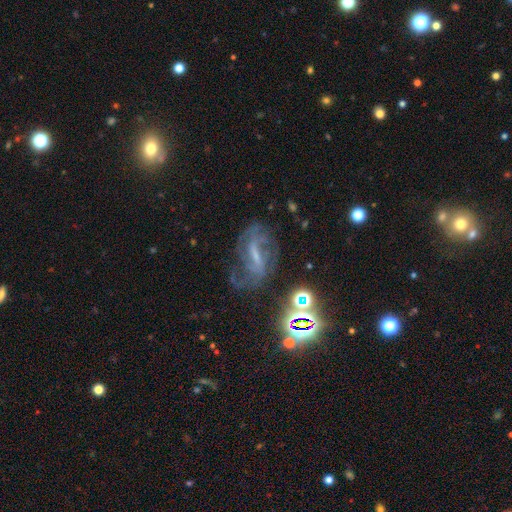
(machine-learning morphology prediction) type=featured or disk (72%); edge-on=no (94%); bar=strong (44%); spiral arms=yes (91%); winding=medium (47%); arm count=2 (56%); bulge=small (51%); merging=none (61%).